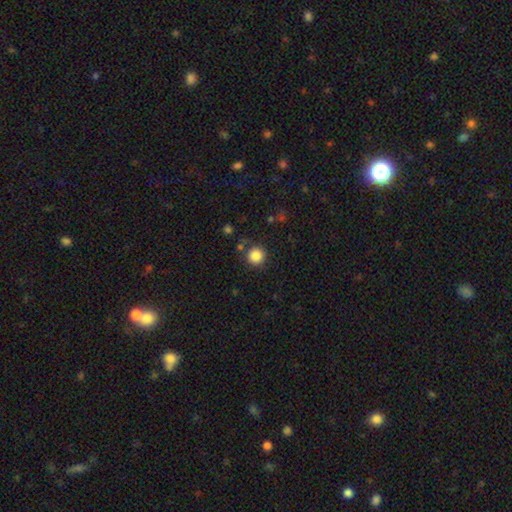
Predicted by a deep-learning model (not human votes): smooth 86%, star or artifact 11%, featured or disk 4%. Down the decision tree: how rounded — round (95%); merging — none (86%).